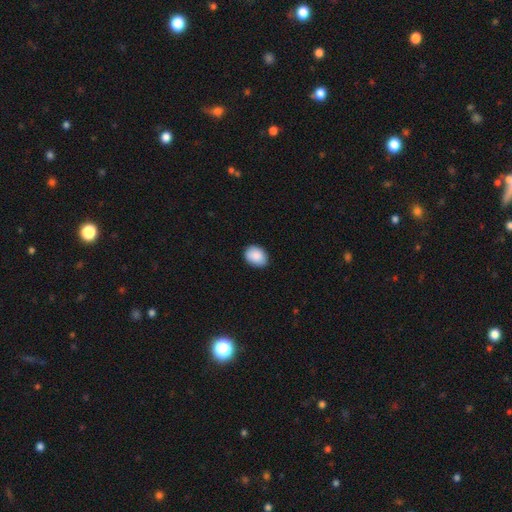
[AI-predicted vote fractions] The model was most divided on "how rounded": in between: 70%, round: 29%, cigar-shaped: 1%. More confident: smooth or featured — smooth (89%); merging — none (84%).